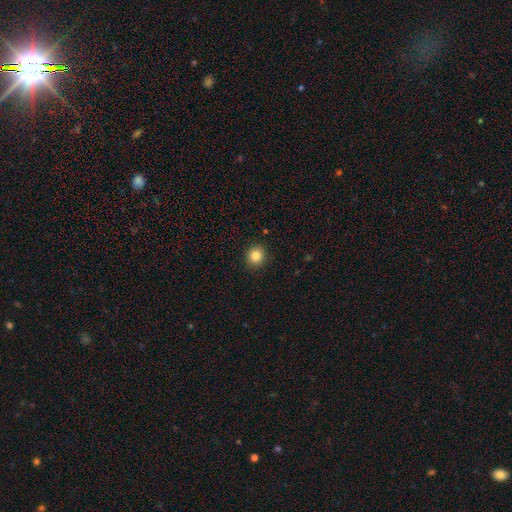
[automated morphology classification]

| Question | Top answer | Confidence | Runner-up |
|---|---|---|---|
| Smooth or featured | smooth | 84% | star or artifact (11%) |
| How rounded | round | 87% | in between (12%) |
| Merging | none | 91% | minor disturbance (6%) |